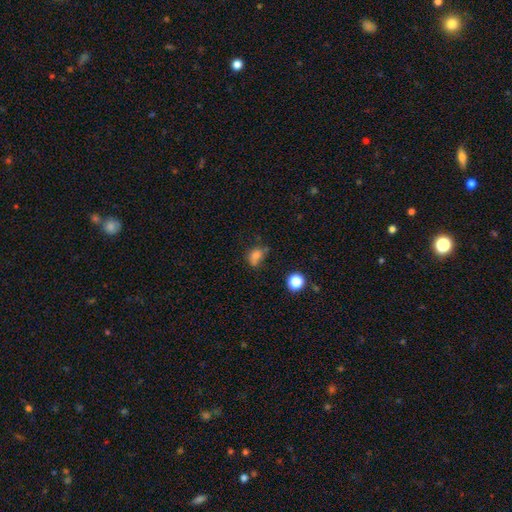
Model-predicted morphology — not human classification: A smooth galaxy with no disk features (75%) that is in between round and cigar-shaped (68%).

Vote fractions:
- Smooth or featured? smooth: 75% / star or artifact: 15% / featured or disk: 10%
- How rounded? in between: 68% / round: 29% / cigar-shaped: 2%
- Merging? none: 45% / minor disturbance: 31% / major disturbance: 15% / merger: 9%